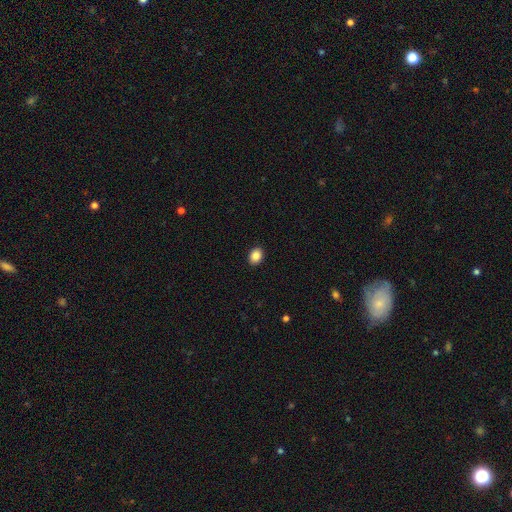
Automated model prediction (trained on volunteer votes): Q: Smooth or featured?
A: smooth (88%); runner-up: star or artifact (9%)
Q: How rounded?
A: in between (60%); runner-up: round (39%)
Q: Merging?
A: none (92%); runner-up: minor disturbance (6%)